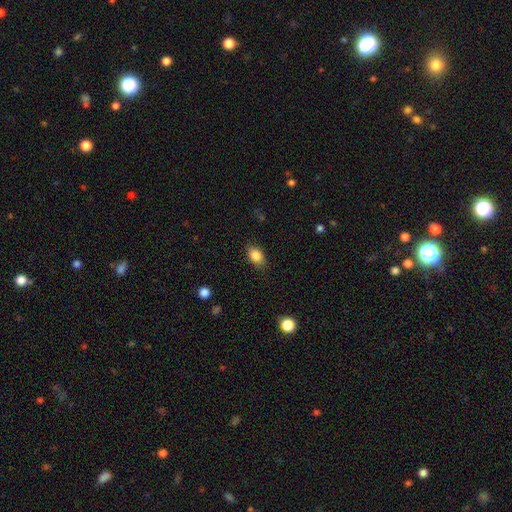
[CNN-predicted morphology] The model was most divided on "how rounded": in between: 82%, round: 16%, cigar-shaped: 2%. More confident: smooth or featured — smooth (86%); merging — none (84%).